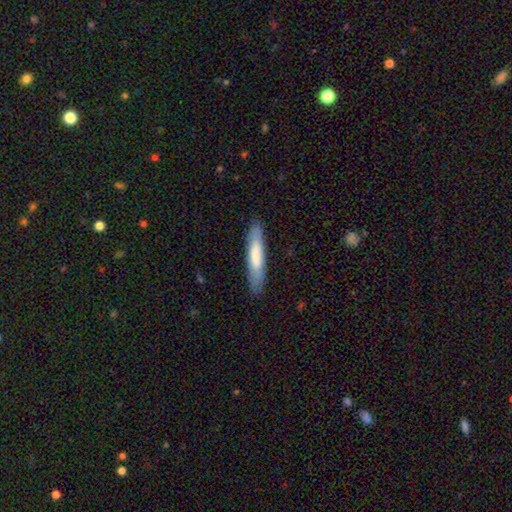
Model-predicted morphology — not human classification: smooth 73%, featured or disk 22%, star or artifact 5%. Down the decision tree: how rounded — cigar-shaped (84%); merging — none (85%).